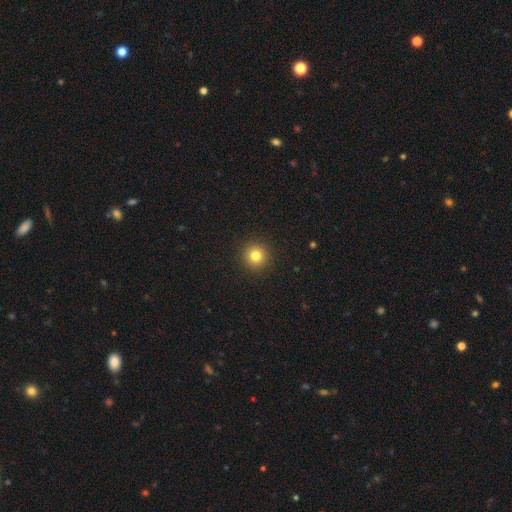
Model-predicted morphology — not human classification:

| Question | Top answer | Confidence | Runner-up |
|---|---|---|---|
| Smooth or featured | smooth | 81% | star or artifact (13%) |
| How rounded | round | 95% | in between (4%) |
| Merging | none | 93% | minor disturbance (4%) |